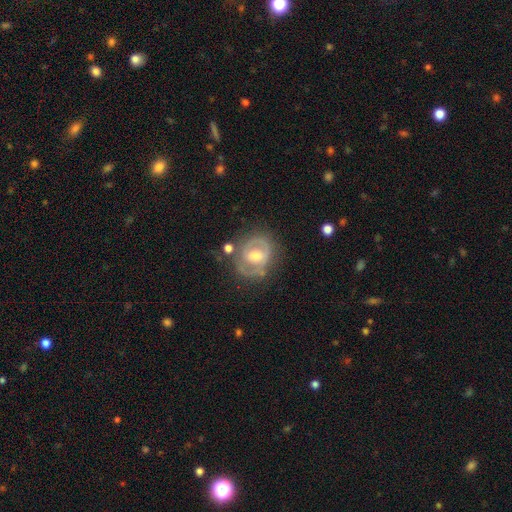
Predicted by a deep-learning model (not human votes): smooth-or-featured: featured or disk: 66% | smooth: 27% | star or artifact: 6%
  disk-edge-on: no: 96% | yes: 4%
    bar: weak: 42% | no: 37% | strong: 21%
    has-spiral-arms: yes: 51% | no: 49%
    bulge-size: moderate: 63% | small: 18% | large: 15% | none: 3% | dominant: 1%
  merging: none: 66% | minor disturbance: 20% | major disturbance: 10% | merger: 5%